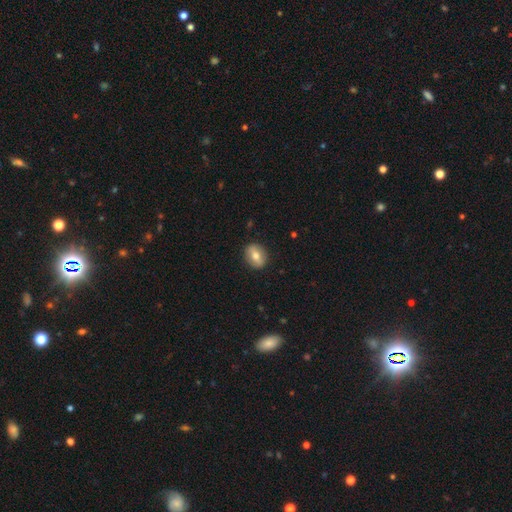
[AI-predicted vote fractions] smooth 63%, featured or disk 30%, star or artifact 8%. Down the decision tree: how rounded — in between (52%); merging — none (88%).